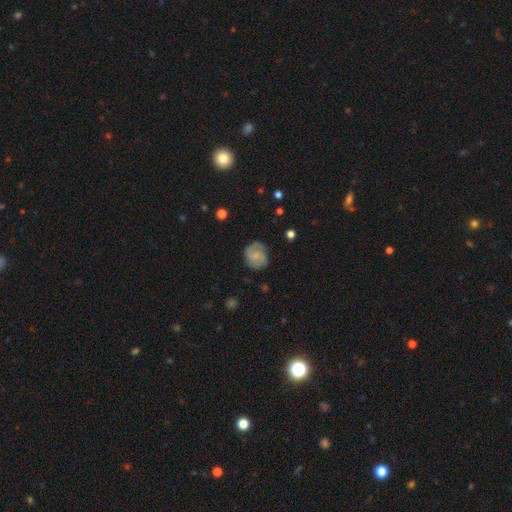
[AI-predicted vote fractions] Smooth or featured: featured or disk — 49% (smooth — 44%)
Merging: none — 74% (minor disturbance — 18%)